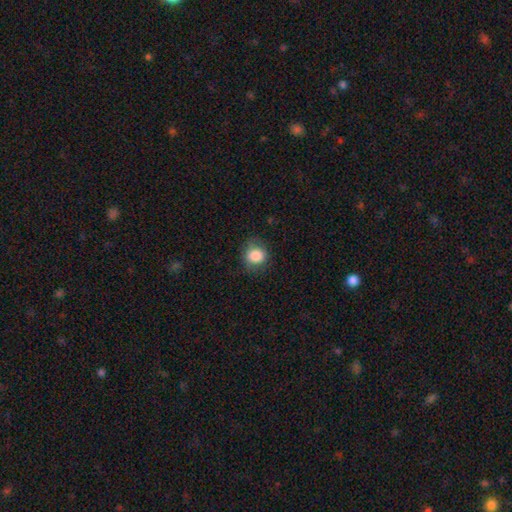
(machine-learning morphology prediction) This appears to be a smooth galaxy with no disk features (85%) that is round (79%). Merging: none (74%).